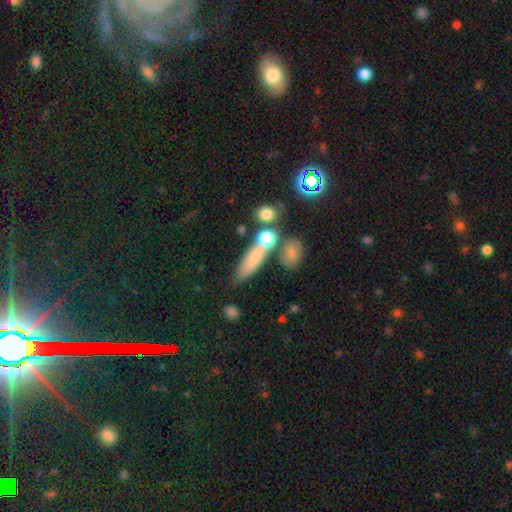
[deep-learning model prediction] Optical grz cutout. It shows a smooth galaxy with no disk features (62%) that is cigar-shaped (55%). Merging: none (57%).